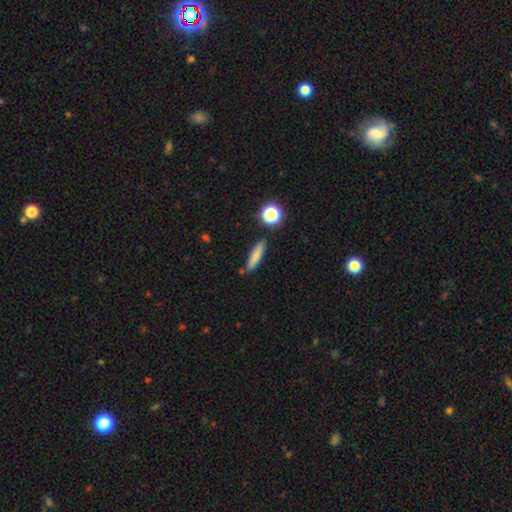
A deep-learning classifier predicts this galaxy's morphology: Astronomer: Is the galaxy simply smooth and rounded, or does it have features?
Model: smooth — 78%.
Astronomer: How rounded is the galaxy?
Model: cigar-shaped — 80%.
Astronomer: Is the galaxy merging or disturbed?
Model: none — 84%.